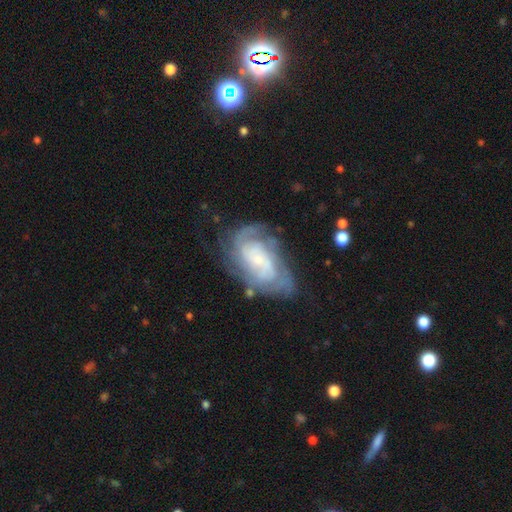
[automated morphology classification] This is likely a featured or disk galaxy (79%). It is clearly not viewed edge-on (96%). Bar: possibly no (57%). Spiral arm pattern: clearly yes (93%). Spiral arm count: marginally can't tell (36%). Spiral winding: possibly tight (56%). Central bulge: likely small (63%). Merging: likely none (67%).